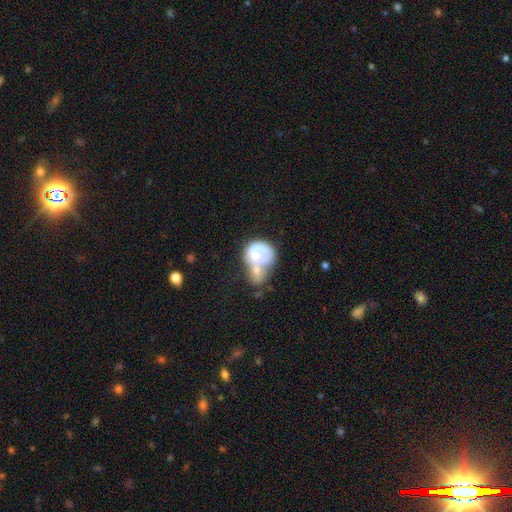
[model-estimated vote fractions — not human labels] Smooth or featured? featured or disk (51%)
Edge-on disk? no (98%)
Bar? no (86%)
Spiral arms? no (79%)
Bulge size? moderate (46%)
Merging? merger (62%)